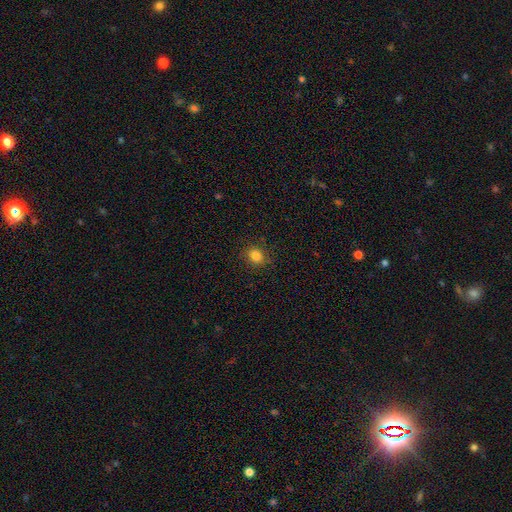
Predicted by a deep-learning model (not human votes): Smooth or featured? Predicted: smooth (p=0.83). How rounded? Predicted: round (p=0.73). Merging? Predicted: none (p=0.87).